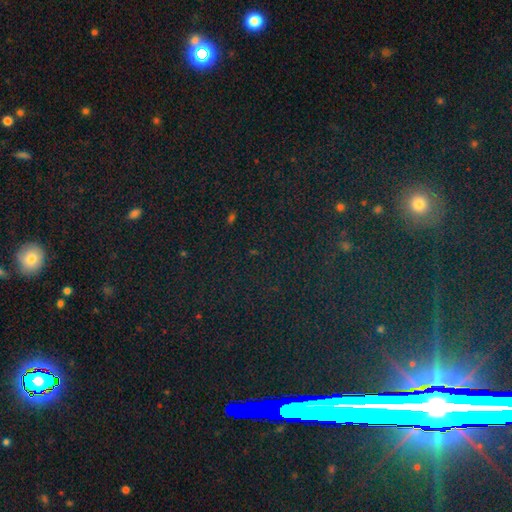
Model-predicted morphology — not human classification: Smooth or featured?
  - star or artifact: 76% *
  - smooth: 13%
  - featured or disk: 11%